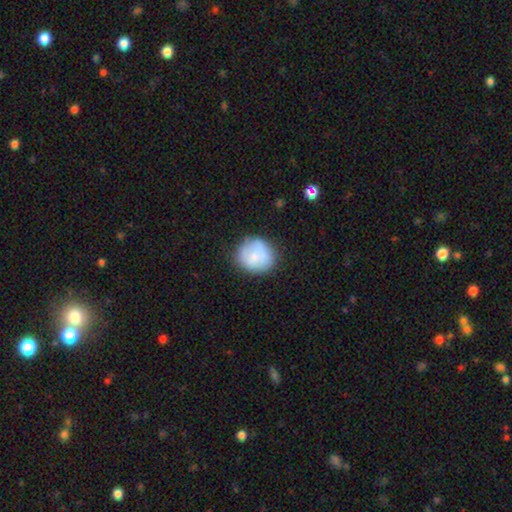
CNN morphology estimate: Overall: smooth (74%). How rounded: round (80%). Merging: none (69%).